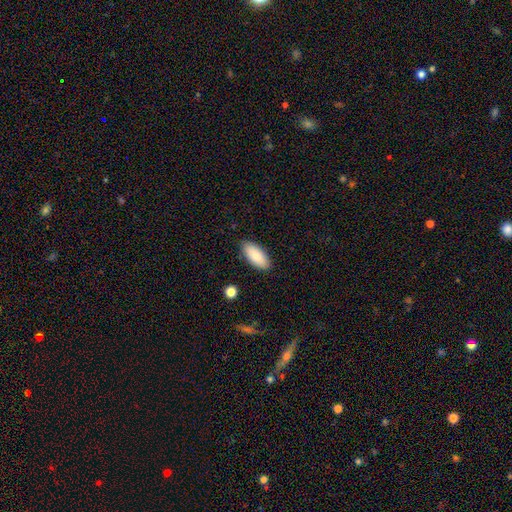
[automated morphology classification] Smooth or featured: smooth — 88% (featured or disk — 6%)
How rounded: in between — 88% (cigar-shaped — 11%)
Merging: none — 87% (minor disturbance — 9%)